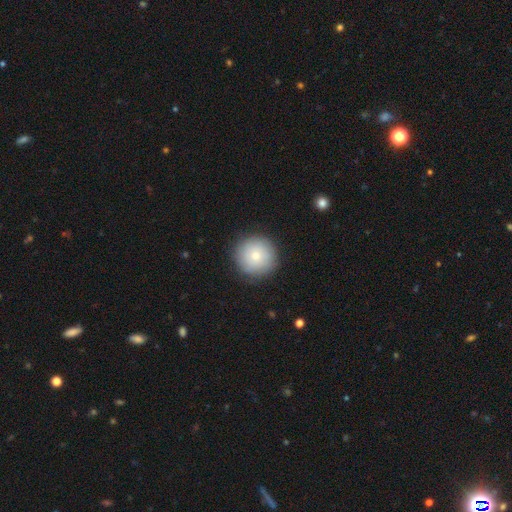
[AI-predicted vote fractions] Q: Smooth or featured?
A: smooth (76%); runner-up: featured or disk (16%)
Q: How rounded?
A: round (96%); runner-up: in between (3%)
Q: Merging?
A: none (88%); runner-up: minor disturbance (8%)